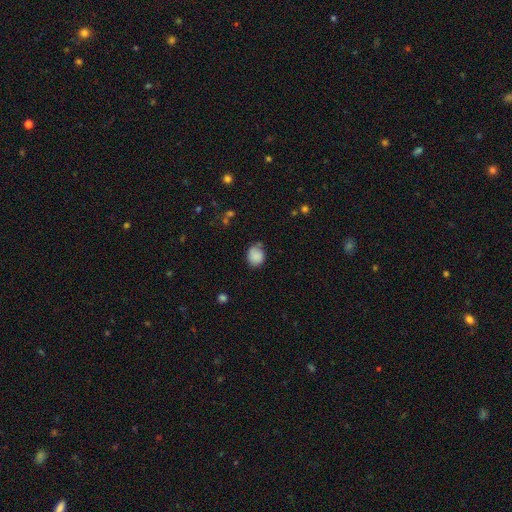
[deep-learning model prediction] Q: Smooth or featured?
A: smooth (85%); runner-up: star or artifact (9%)
Q: How rounded?
A: round (63%); runner-up: in between (37%)
Q: Merging?
A: none (63%); runner-up: minor disturbance (26%)